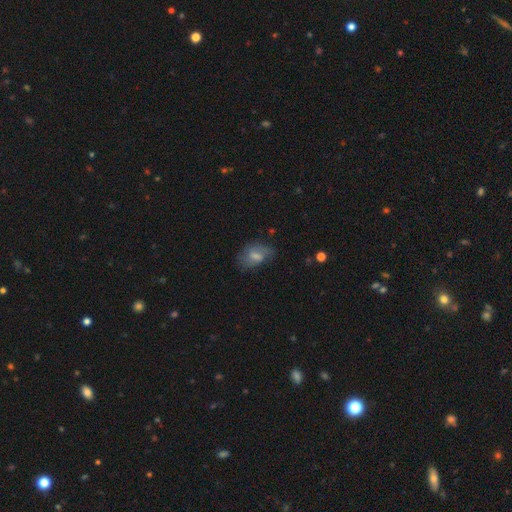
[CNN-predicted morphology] smooth_or_featured: smooth (p=0.48) [alt: featured or disk p=0.43]
merging: none (p=0.54) [alt: minor disturbance p=0.28]